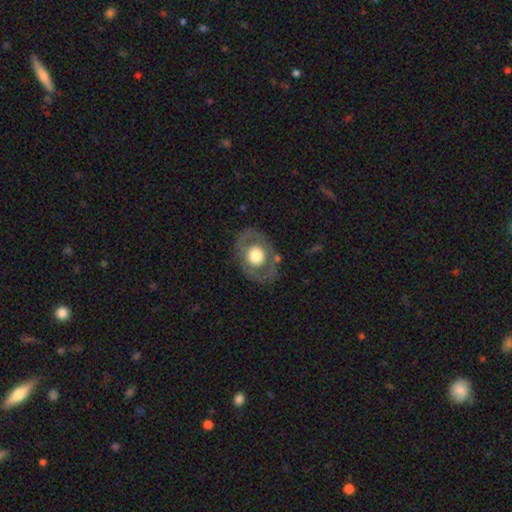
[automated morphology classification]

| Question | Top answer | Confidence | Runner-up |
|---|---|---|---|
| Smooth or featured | featured or disk | 52% | smooth (42%) |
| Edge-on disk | no | 93% | yes (7%) |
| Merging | none | 75% | minor disturbance (15%) |